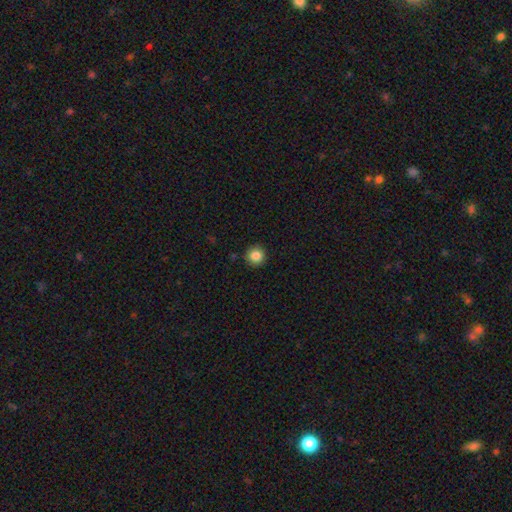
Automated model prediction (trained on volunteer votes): Morphology: type=smooth (85%); roundness=round (95%); merging=none (91%).